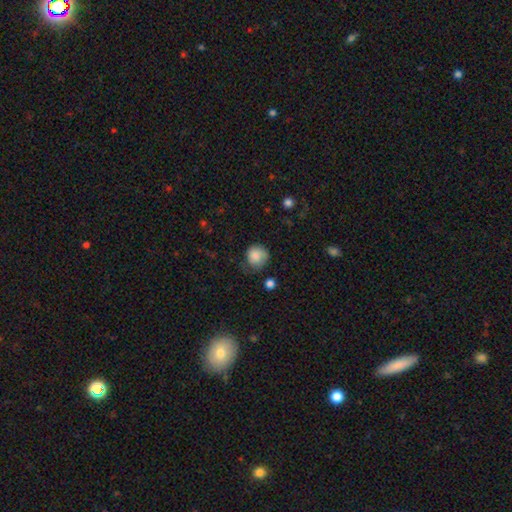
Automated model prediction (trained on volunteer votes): Q: Smooth or featured?
A: smooth (85%); runner-up: star or artifact (8%)
Q: How rounded?
A: round (85%); runner-up: in between (14%)
Q: Merging?
A: none (52%); runner-up: minor disturbance (33%)